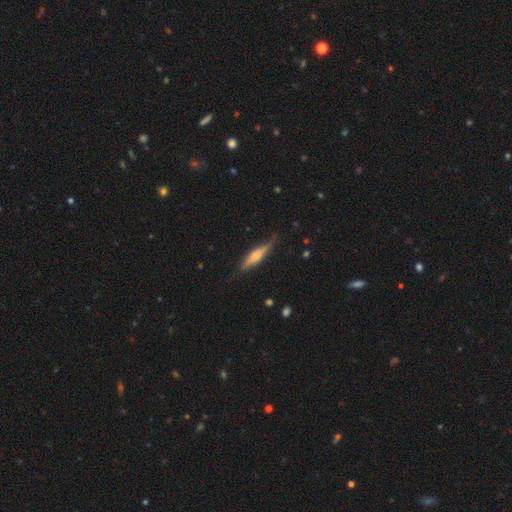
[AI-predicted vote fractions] smooth-or-featured: featured or disk: 57% | smooth: 37% | star or artifact: 6%
  disk-edge-on: yes: 96% | no: 4%
    edge-on-bulge: rounded: 81% | boxy: 11% | none: 9%
  merging: none: 82% | minor disturbance: 14% | major disturbance: 3% | merger: 1%